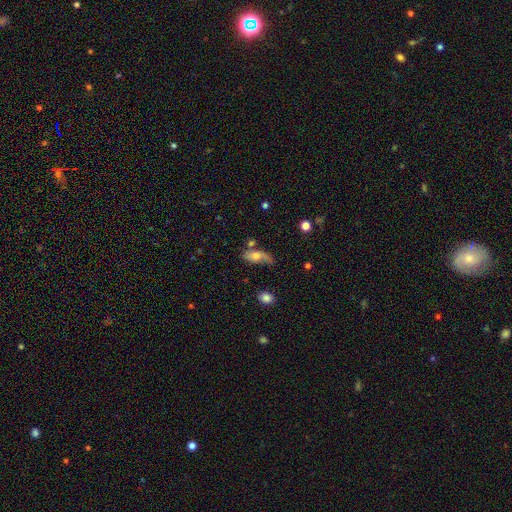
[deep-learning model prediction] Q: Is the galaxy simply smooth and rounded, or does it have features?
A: smooth — 61%.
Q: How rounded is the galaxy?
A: in between — 78%.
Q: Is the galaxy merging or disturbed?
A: none — 41%.